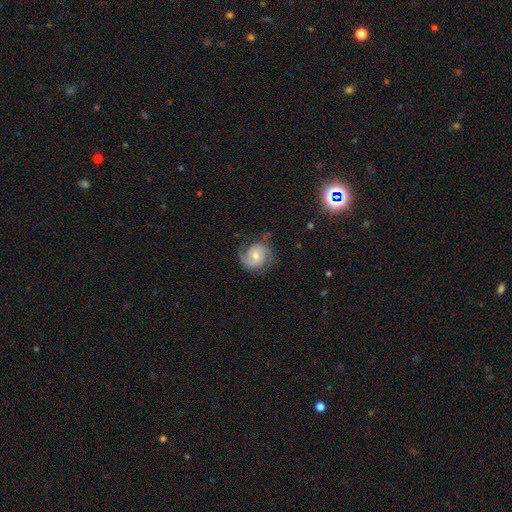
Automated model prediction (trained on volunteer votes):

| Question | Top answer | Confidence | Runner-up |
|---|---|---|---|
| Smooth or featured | featured or disk | 76% | smooth (17%) |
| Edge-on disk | no | 98% | yes (2%) |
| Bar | no | 64% | weak (30%) |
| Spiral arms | yes | 95% | no (5%) |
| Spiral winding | medium | 45% | tight (38%) |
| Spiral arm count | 2 | 75% | can't tell (9%) |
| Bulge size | moderate | 55% | small (40%) |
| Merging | none | 73% | minor disturbance (18%) |